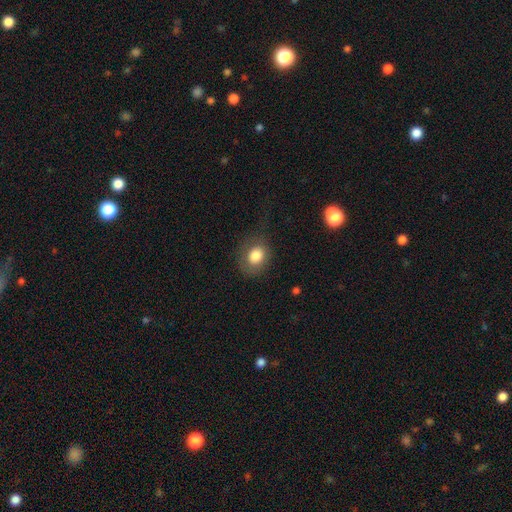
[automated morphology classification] type=smooth (79%); roundness=round (63%); merging=none (65%).